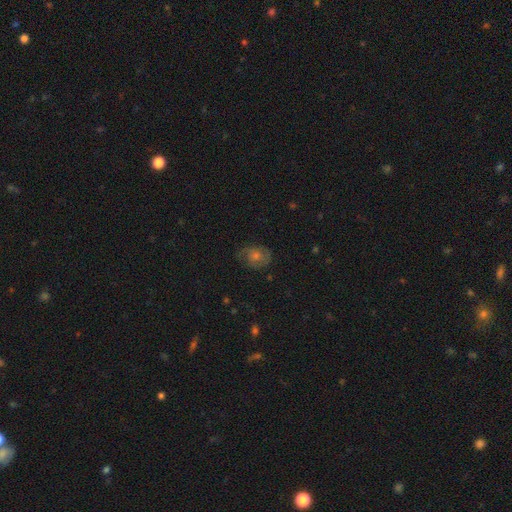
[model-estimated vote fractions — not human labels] Overall: featured or disk (49%; smooth 33%). Merging: none (72%).